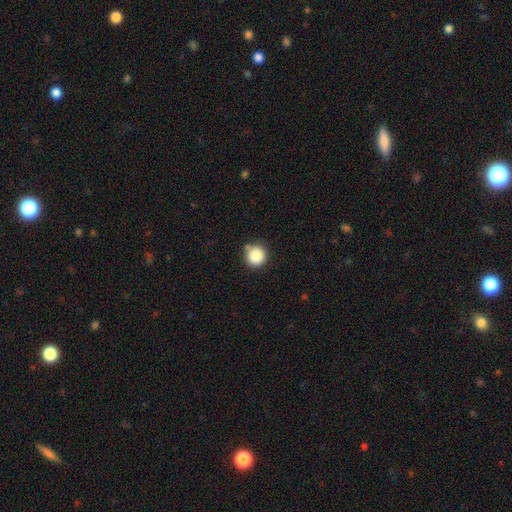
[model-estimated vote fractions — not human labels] Overall: smooth (87%). How rounded: round (94%). Merging: none (81%).